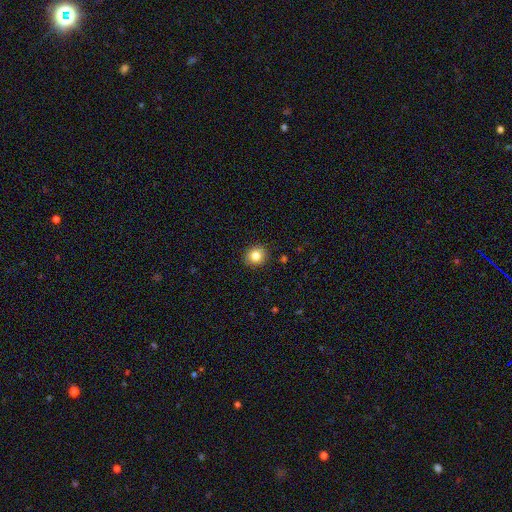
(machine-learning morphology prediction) Smooth or featured? smooth (83%)
How rounded? round (84%)
Merging? none (90%)